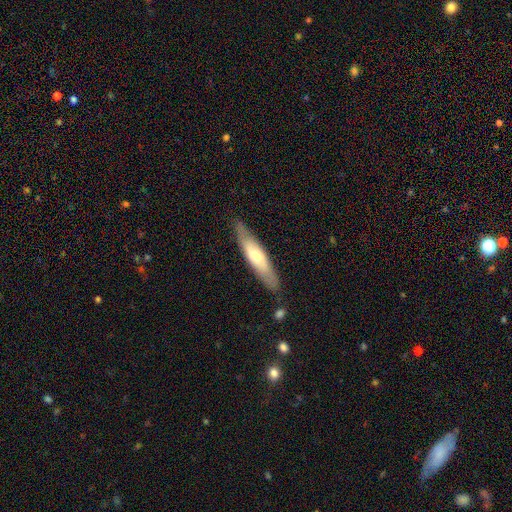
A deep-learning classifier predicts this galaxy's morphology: A smooth galaxy with no disk features (51%) that is cigar-shaped (77%).

Vote fractions:
- Smooth or featured? smooth: 51% / featured or disk: 44% / star or artifact: 5%
- How rounded? cigar-shaped: 77% / in between: 21% / round: 1%
- Merging? none: 83% / minor disturbance: 13% / major disturbance: 3% / merger: 2%